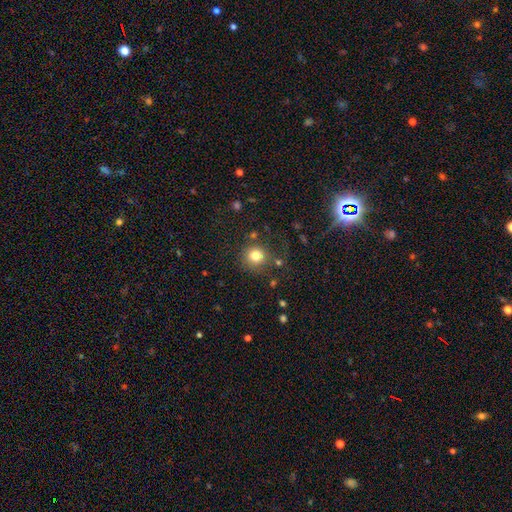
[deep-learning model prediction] smooth_or_featured: smooth (p=0.79) [alt: star or artifact p=0.13]
how_rounded: round (p=0.91) [alt: in between p=0.08]
merging: none (p=0.78) [alt: minor disturbance p=0.11]